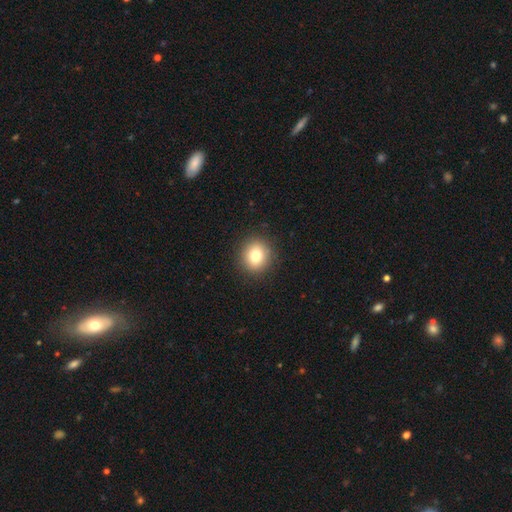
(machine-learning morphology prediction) A smooth galaxy with no disk features (79%) that is round (86%).

Vote fractions:
- Smooth or featured? smooth: 79% / star or artifact: 11% / featured or disk: 10%
- How rounded? round: 86% / in between: 13% / cigar-shaped: 1%
- Merging? none: 91% / minor disturbance: 6% / major disturbance: 2% / merger: 1%